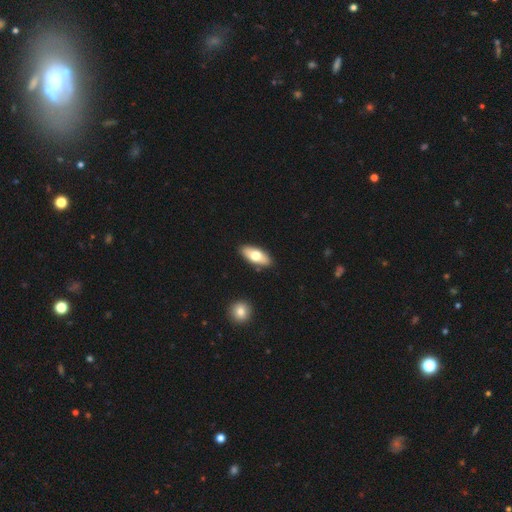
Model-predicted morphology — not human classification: smooth 68%, featured or disk 27%, star or artifact 5%. Down the decision tree: how rounded — in between (82%); merging — none (88%).